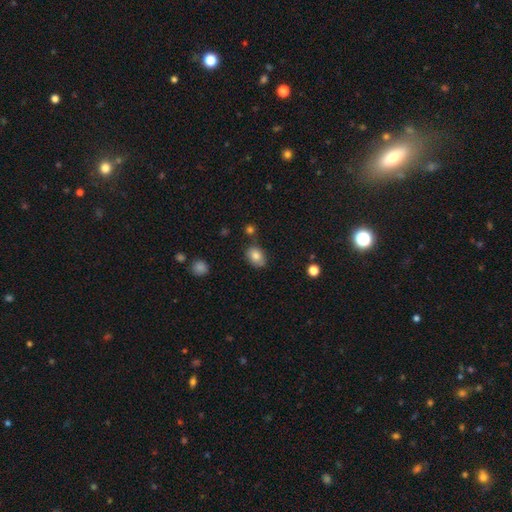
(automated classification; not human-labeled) A smooth galaxy with no disk features (81%) that is in between round and cigar-shaped (74%). Merging: none (75%).